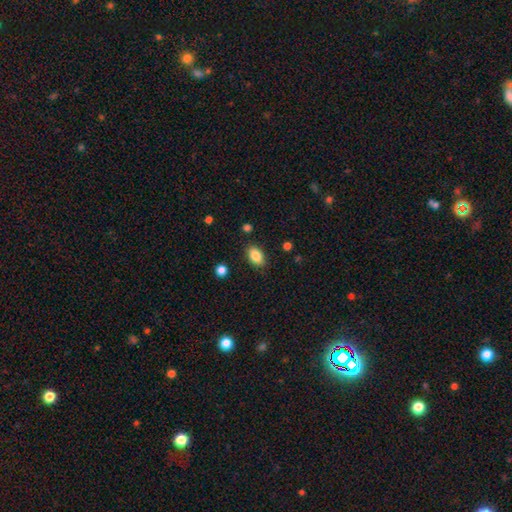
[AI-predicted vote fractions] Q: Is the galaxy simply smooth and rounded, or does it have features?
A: smooth — 86%.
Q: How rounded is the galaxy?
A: in between — 88%.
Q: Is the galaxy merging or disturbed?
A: none — 86%.